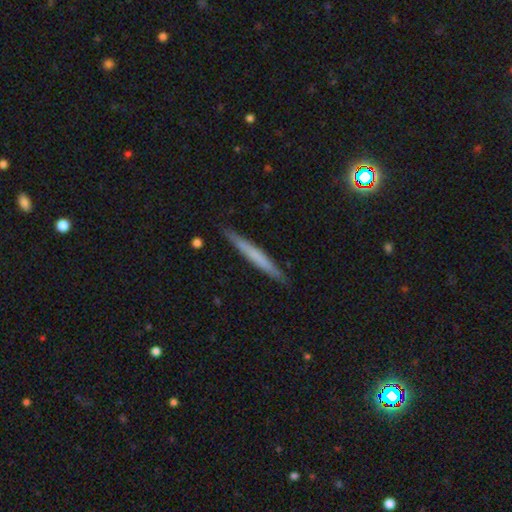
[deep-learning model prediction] Q: Smooth or featured?
A: smooth (54%); runner-up: featured or disk (39%)
Q: How rounded?
A: cigar-shaped (96%); runner-up: in between (2%)
Q: Merging?
A: none (89%); runner-up: minor disturbance (8%)